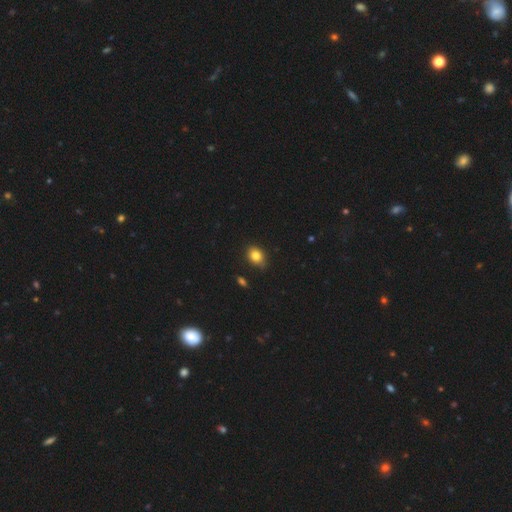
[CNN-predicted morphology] Smooth or featured? smooth (82%)
How rounded? in between (58%)
Merging? none (76%)